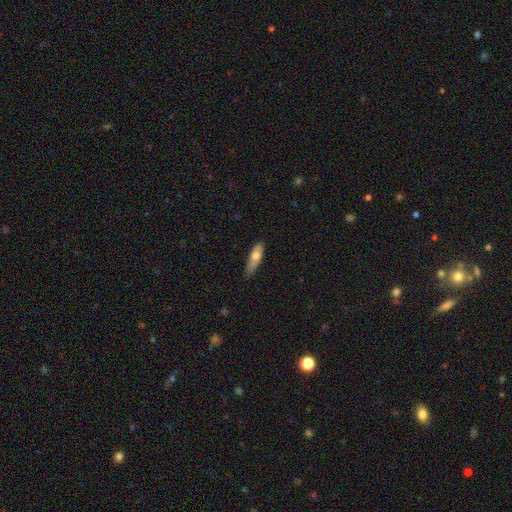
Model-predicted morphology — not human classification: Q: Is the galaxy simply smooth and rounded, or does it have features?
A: smooth — 68%.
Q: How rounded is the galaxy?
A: cigar-shaped — 54%.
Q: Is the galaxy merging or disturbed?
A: none — 68%.